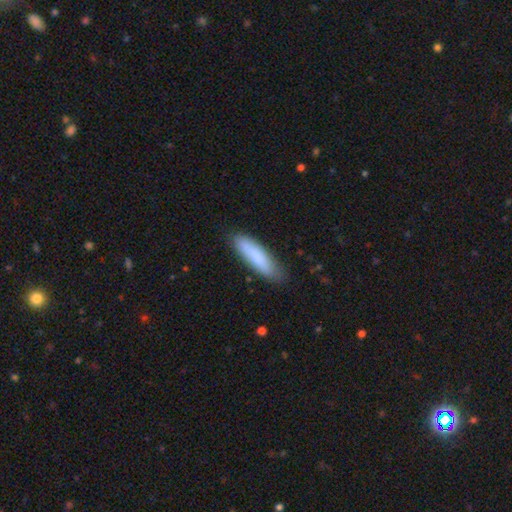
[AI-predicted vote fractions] smooth 83%, featured or disk 11%, star or artifact 6%. Down the decision tree: how rounded — cigar-shaped (71%); merging — none (81%).